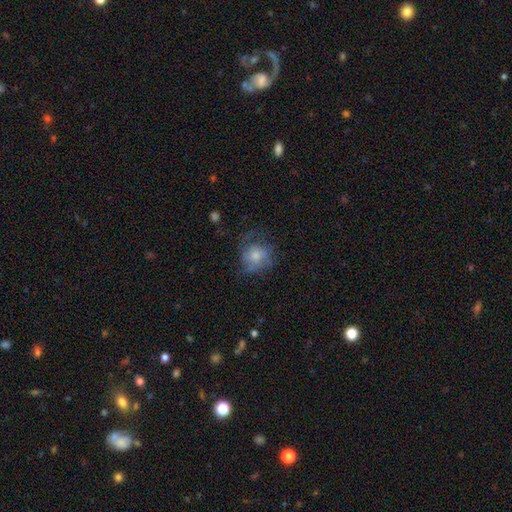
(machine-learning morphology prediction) smooth 60%, featured or disk 30%, star or artifact 9%. Down the decision tree: how rounded — round (76%); merging — none (45%).